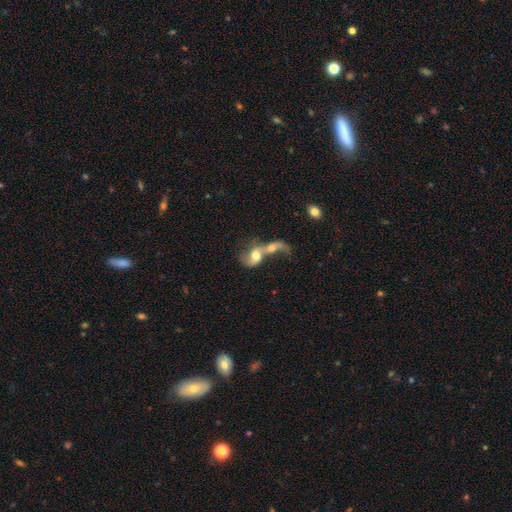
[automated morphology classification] smooth_or_featured: featured or disk (p=0.48) [alt: smooth p=0.38]
merging: merger (p=0.73) [alt: none p=0.13]